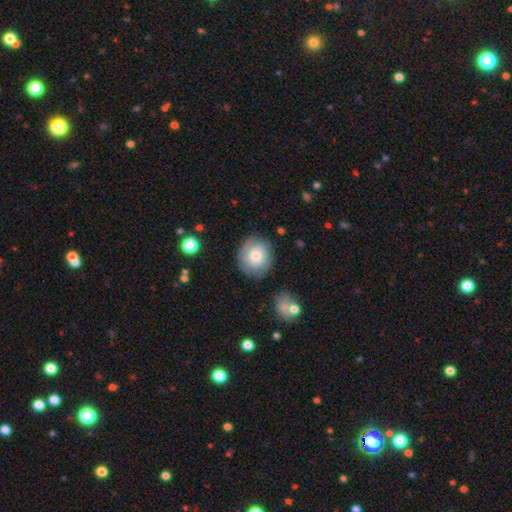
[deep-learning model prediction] smooth 67%, featured or disk 25%, star or artifact 8%. Down the decision tree: how rounded — round (83%); merging — none (78%).